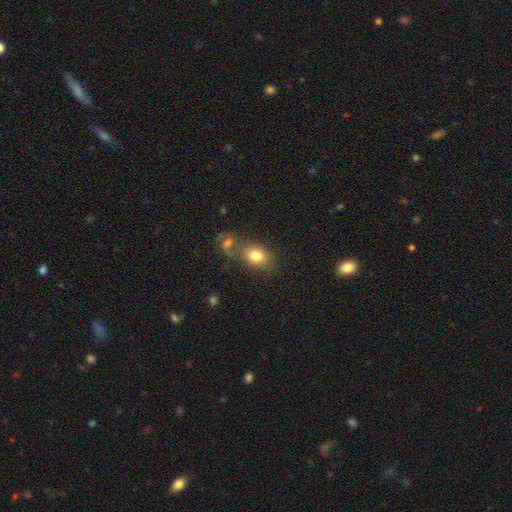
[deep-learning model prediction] A smooth galaxy with no disk features (80%) that is in between round and cigar-shaped (66%).

Vote fractions:
- Smooth or featured? smooth: 80% / featured or disk: 11% / star or artifact: 10%
- How rounded? in between: 66% / round: 33% / cigar-shaped: 1%
- Merging? none: 61% / merger: 20% / minor disturbance: 13% / major disturbance: 6%